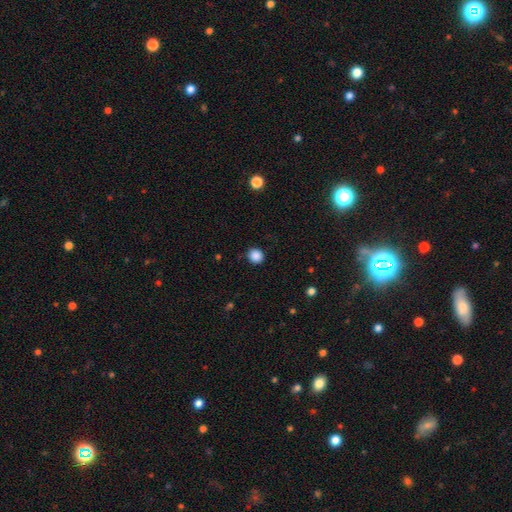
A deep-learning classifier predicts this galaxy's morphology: This is clearly a smooth galaxy (88%). How rounded: clearly round (85%). Merging: clearly none (89%).